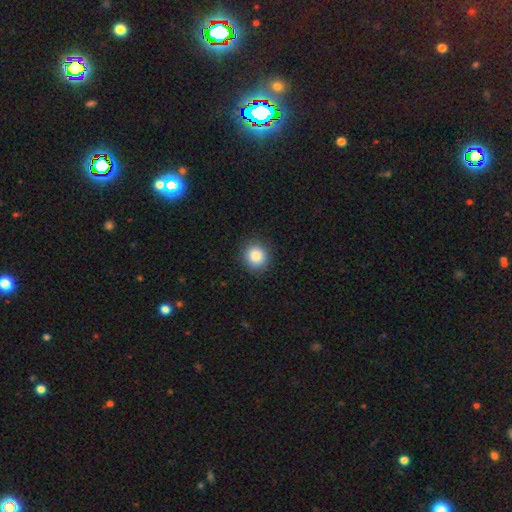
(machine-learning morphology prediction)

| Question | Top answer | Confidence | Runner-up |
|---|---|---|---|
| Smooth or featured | smooth | 86% | star or artifact (9%) |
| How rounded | round | 86% | in between (13%) |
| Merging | none | 90% | minor disturbance (7%) |